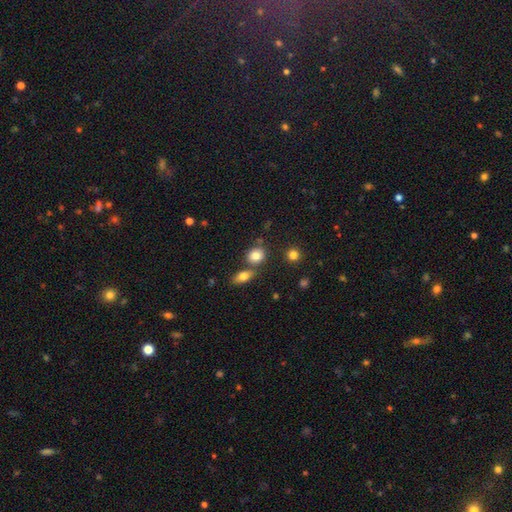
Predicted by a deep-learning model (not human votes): A smooth galaxy with no disk features (81%) that is round (63%).

Vote fractions:
- Smooth or featured? smooth: 81% / star or artifact: 10% / featured or disk: 9%
- How rounded? round: 63% / in between: 35% / cigar-shaped: 2%
- Merging? none: 62% / merger: 24% / minor disturbance: 11% / major disturbance: 3%